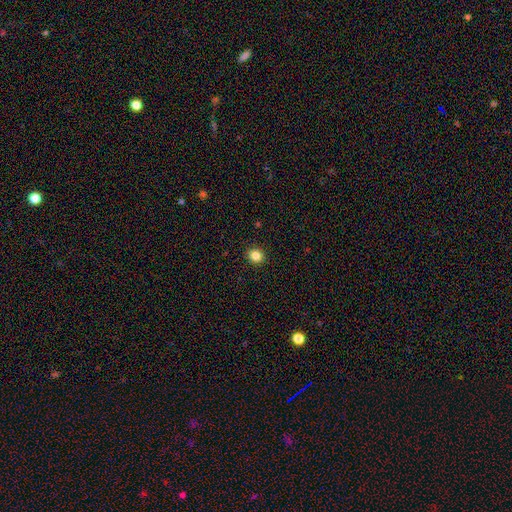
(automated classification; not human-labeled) smooth-or-featured: smooth: 85% | star or artifact: 11% | featured or disk: 4%
  how-rounded: round: 86% | in between: 13% | cigar-shaped: 1%
  merging: none: 92% | minor disturbance: 5% | major disturbance: 2% | merger: 1%